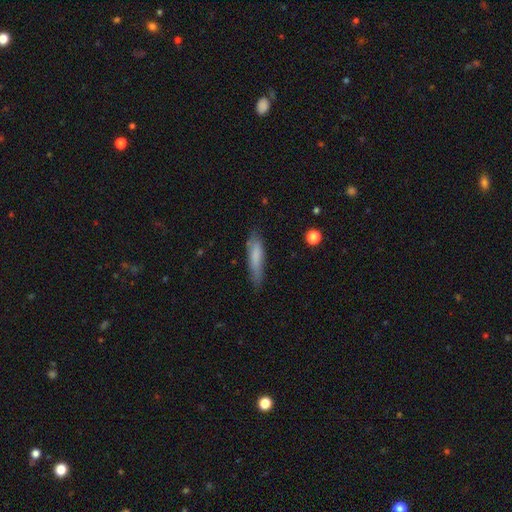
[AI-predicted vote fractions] Q: Smooth or featured?
A: smooth (74%); runner-up: featured or disk (19%)
Q: How rounded?
A: cigar-shaped (76%); runner-up: in between (22%)
Q: Merging?
A: none (73%); runner-up: minor disturbance (21%)